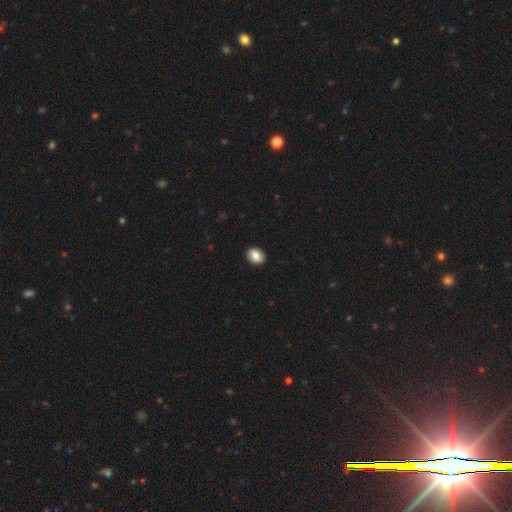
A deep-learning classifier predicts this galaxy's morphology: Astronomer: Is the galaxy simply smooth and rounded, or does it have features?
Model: smooth — 83%.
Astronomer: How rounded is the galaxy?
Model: in between — 57% (runner-up: round, 42%).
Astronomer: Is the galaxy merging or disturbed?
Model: none — 91%.